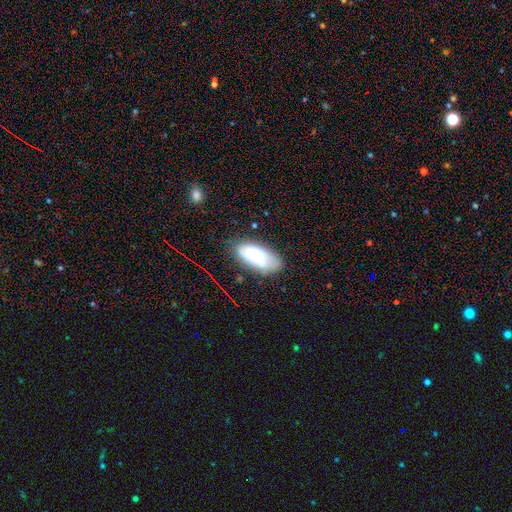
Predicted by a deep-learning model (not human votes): A smooth galaxy with no disk features (70%) that is in between round and cigar-shaped (89%). Merging: none (65%).